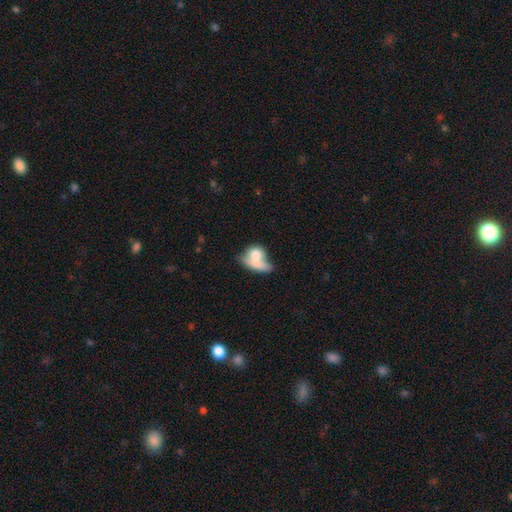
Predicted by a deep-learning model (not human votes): This is likely a smooth galaxy (69%). How rounded: possibly in between (53%). Merging: possibly merger (54%).